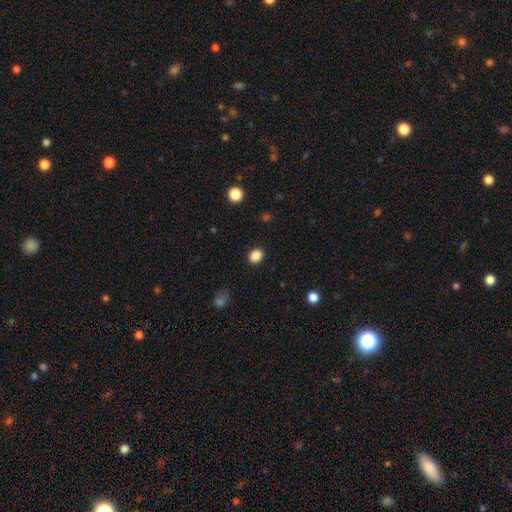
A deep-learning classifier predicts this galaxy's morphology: This is clearly a smooth galaxy (87%). How rounded: possibly in between (51%). Merging: clearly none (89%).